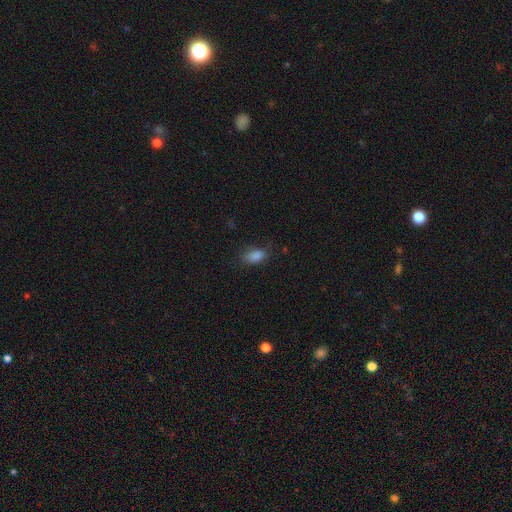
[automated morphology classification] Smooth or featured: smooth — 84% (star or artifact — 11%)
How rounded: in between — 89% (round — 8%)
Merging: none — 66% (minor disturbance — 23%)